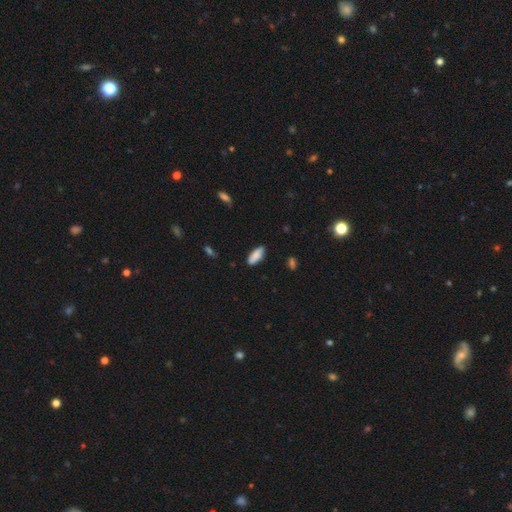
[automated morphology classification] type=smooth (85%); roundness=in between (76%); merging=none (84%).